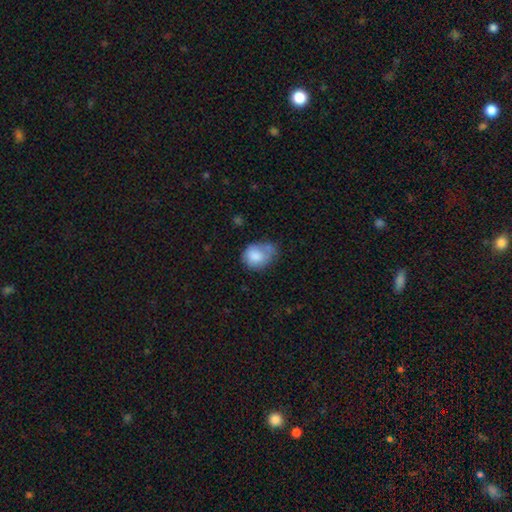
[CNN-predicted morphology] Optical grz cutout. It shows a smooth galaxy with no disk features (81%) that is round (52%). Merging: none (37%).